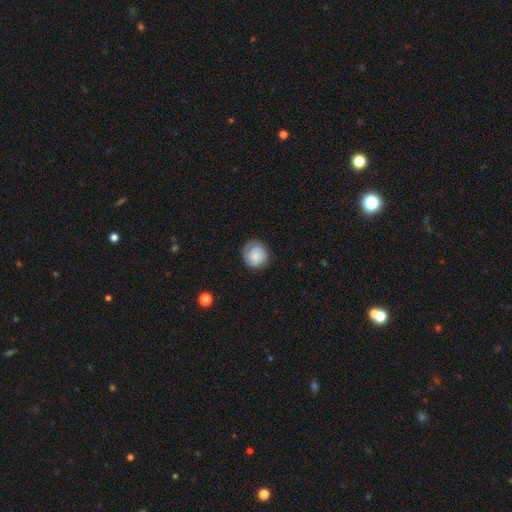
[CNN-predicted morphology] Q: Smooth or featured?
A: smooth (52%); runner-up: featured or disk (40%)
Q: How rounded?
A: round (85%); runner-up: in between (14%)
Q: Merging?
A: none (76%); runner-up: minor disturbance (17%)